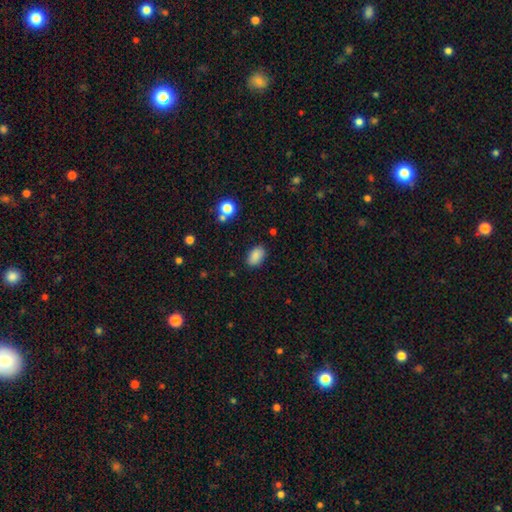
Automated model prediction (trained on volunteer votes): smooth-or-featured: smooth: 86% | star or artifact: 9% | featured or disk: 5%
  how-rounded: in between: 89% | round: 9% | cigar-shaped: 2%
  merging: none: 84% | minor disturbance: 11% | major disturbance: 3% | merger: 2%